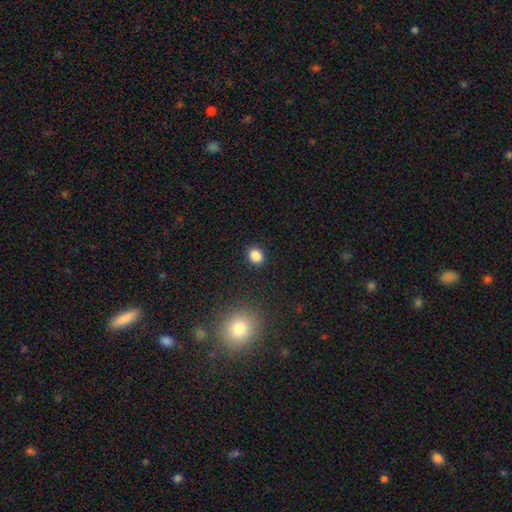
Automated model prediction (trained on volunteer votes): smooth 85%, star or artifact 11%, featured or disk 4%. Down the decision tree: how rounded — round (65%); merging — none (90%).